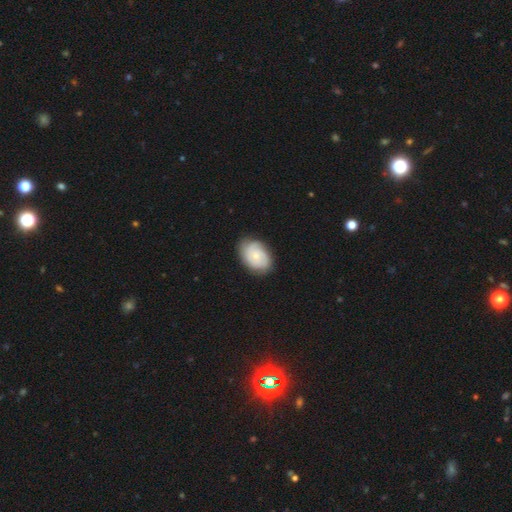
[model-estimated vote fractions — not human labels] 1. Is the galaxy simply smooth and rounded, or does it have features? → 53% featured or disk, 41% smooth, 6% star or artifact.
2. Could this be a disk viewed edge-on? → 97% no, 3% yes.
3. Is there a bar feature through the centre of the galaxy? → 80% no, 18% weak, 2% strong.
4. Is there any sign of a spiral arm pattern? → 86% yes, 14% no.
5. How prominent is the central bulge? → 66% small, 29% moderate, 3% none, 2% large, 1% dominant.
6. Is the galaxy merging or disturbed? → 76% none, 18% minor disturbance, 4% major disturbance, 1% merger.